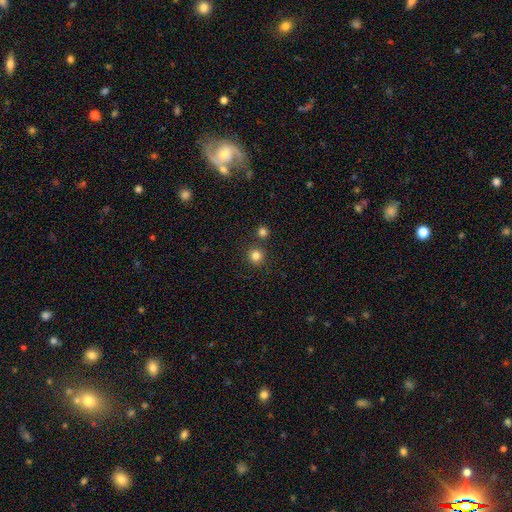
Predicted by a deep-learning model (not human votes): The model was most divided on "smooth or featured": smooth: 82%, star or artifact: 13%, featured or disk: 5%. More confident: how rounded — round (95%); merging — none (84%).